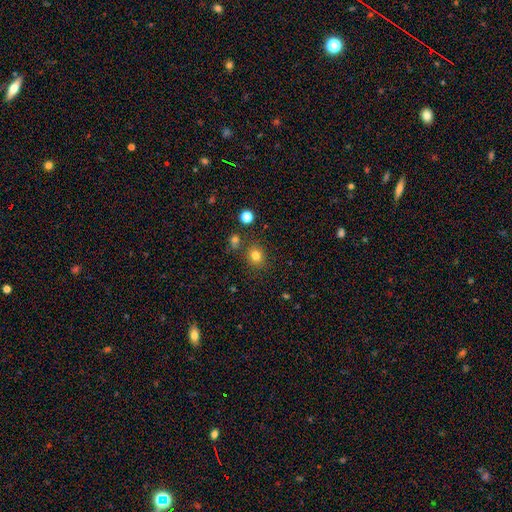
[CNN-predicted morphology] Smooth or featured: smooth — 79% (star or artifact — 15%)
How rounded: round — 78% (in between — 22%)
Merging: none — 80% (minor disturbance — 9%)